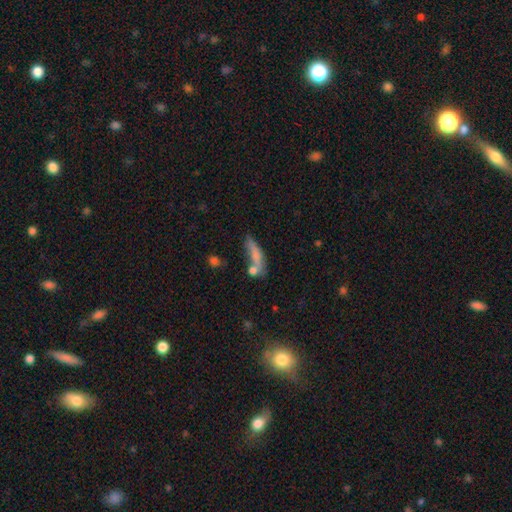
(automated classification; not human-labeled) Q: Smooth or featured?
A: smooth (67%); runner-up: featured or disk (22%)
Q: How rounded?
A: cigar-shaped (62%); runner-up: in between (34%)
Q: Merging?
A: none (39%); runner-up: merger (28%)